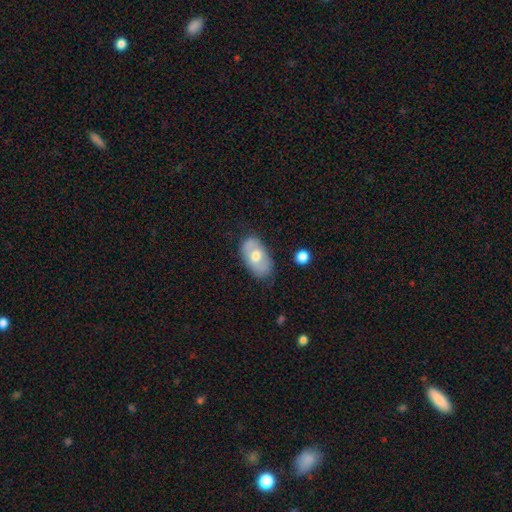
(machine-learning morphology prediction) This appears to be a smooth galaxy with no disk features (54%) that is in between round and cigar-shaped (91%). Merging: none (73%).